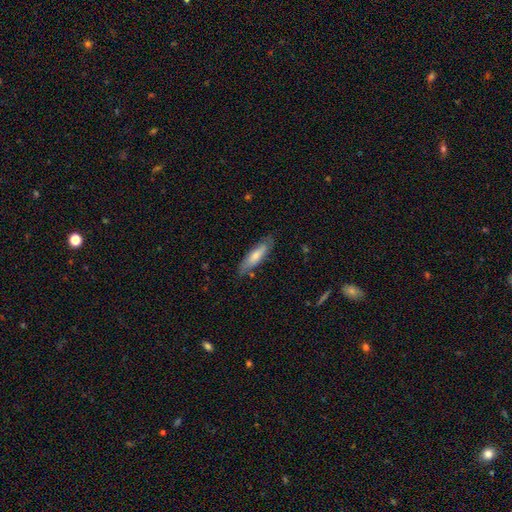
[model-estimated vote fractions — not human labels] Q: Smooth or featured?
A: smooth (65%); runner-up: featured or disk (29%)
Q: How rounded?
A: cigar-shaped (61%); runner-up: in between (38%)
Q: Merging?
A: none (73%); runner-up: minor disturbance (20%)